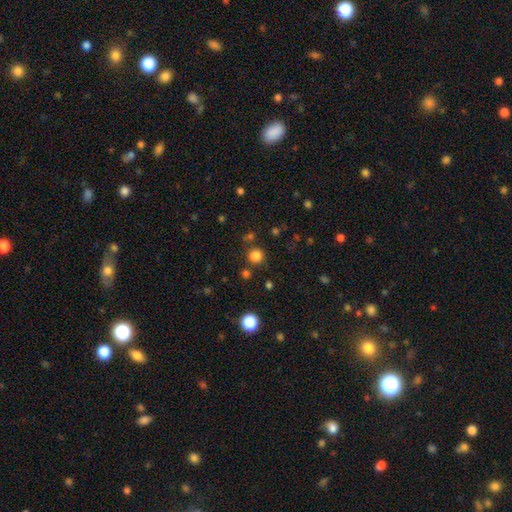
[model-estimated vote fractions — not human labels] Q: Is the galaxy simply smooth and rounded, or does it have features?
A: smooth — 81%.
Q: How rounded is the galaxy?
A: round — 92%.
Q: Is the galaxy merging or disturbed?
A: none — 83%.